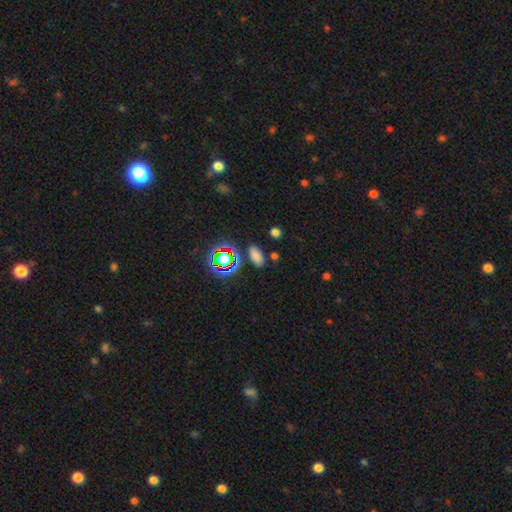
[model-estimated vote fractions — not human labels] smooth-or-featured: smooth: 72% | star or artifact: 21% | featured or disk: 6%
  how-rounded: in between: 89% | round: 7% | cigar-shaped: 5%
  merging: none: 81% | minor disturbance: 10% | merger: 5% | major disturbance: 3%